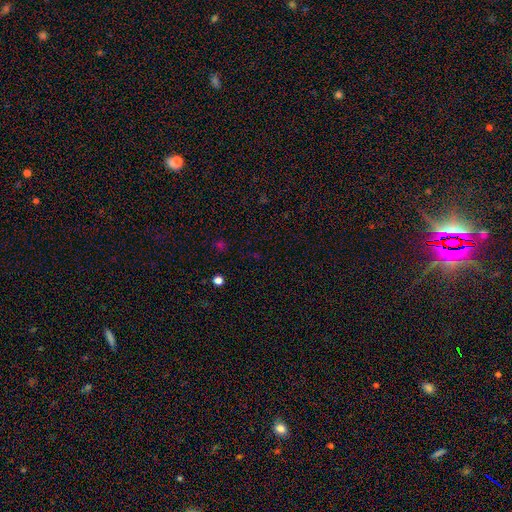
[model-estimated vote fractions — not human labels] Smooth or featured: star or artifact — 58% (smooth — 35%)